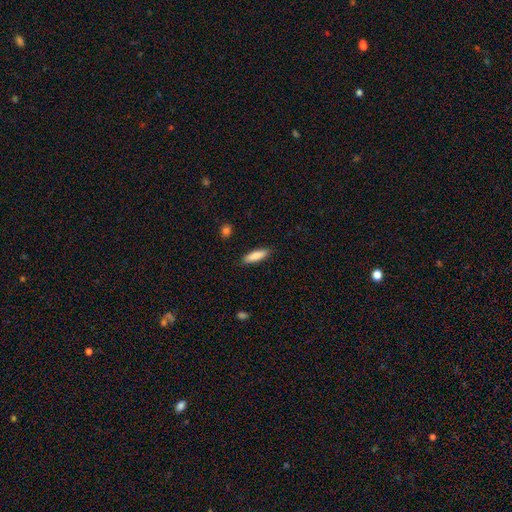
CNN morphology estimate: A smooth galaxy with no disk features (84%) that is cigar-shaped (55%). Merging: none (88%).